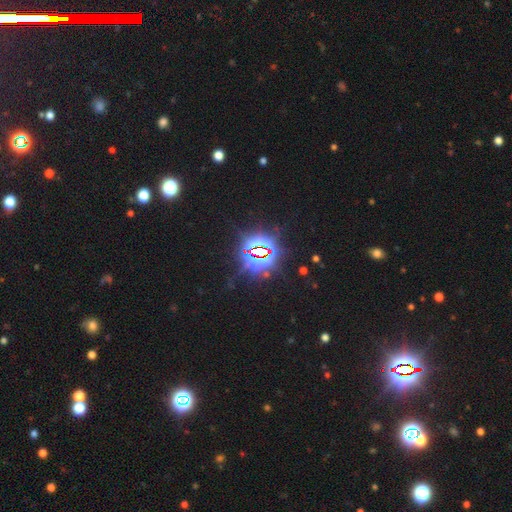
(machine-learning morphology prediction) Smooth or featured? Predicted: star or artifact (p=0.84).